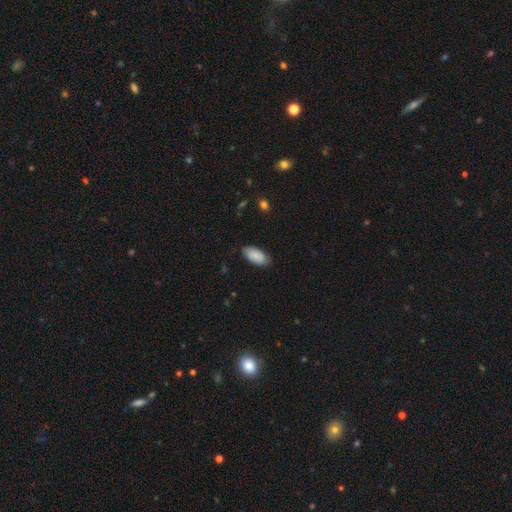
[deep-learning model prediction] The model was most divided on "merging": none: 80%, minor disturbance: 16%, major disturbance: 3%, merger: 1%. More confident: how rounded — in between (95%); smooth or featured — smooth (85%).